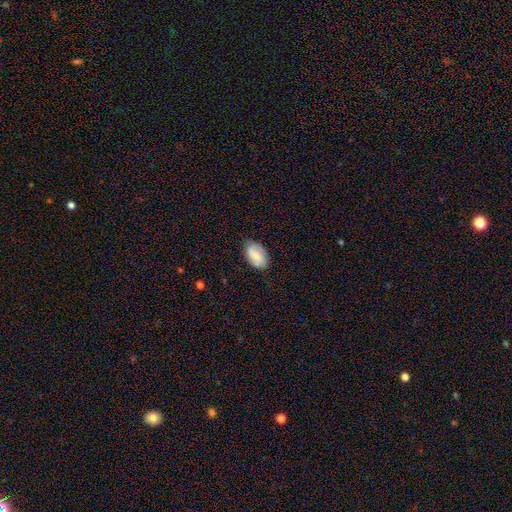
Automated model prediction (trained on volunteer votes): Morphology: type=smooth (73%); roundness=in between (93%); merging=none (76%).